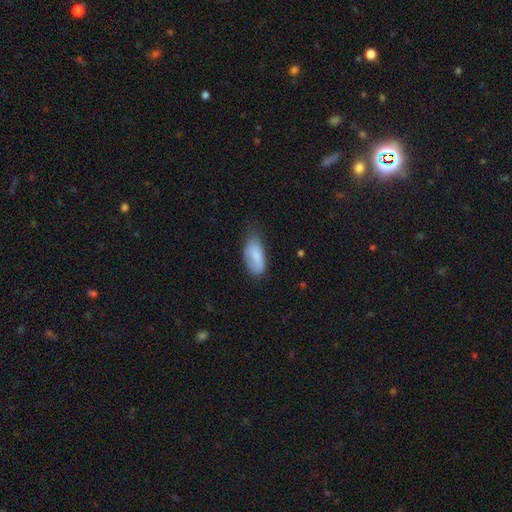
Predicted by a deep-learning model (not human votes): A smooth galaxy with no disk features (80%) that is in between round and cigar-shaped (89%).

Vote fractions:
- Smooth or featured? smooth: 80% / featured or disk: 13% / star or artifact: 7%
- How rounded? in between: 89% / cigar-shaped: 9% / round: 2%
- Merging? none: 51% / minor disturbance: 36% / major disturbance: 11% / merger: 2%